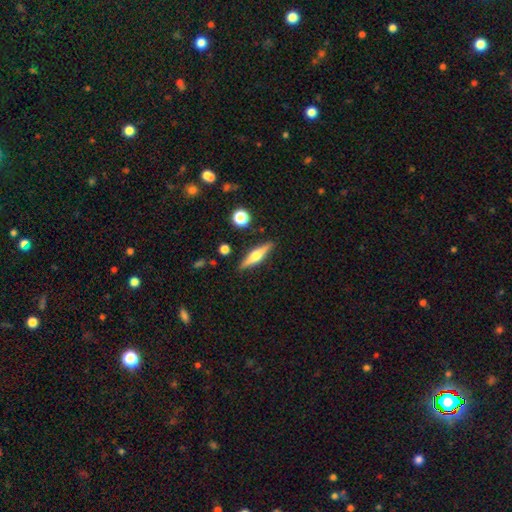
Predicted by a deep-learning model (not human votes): Smooth or featured: featured or disk — 63% (smooth — 30%)
Edge-on disk: yes — 96% (no — 4%)
Edge-on bulge: rounded — 92% (boxy — 5%)
Merging: none — 88% (minor disturbance — 8%)